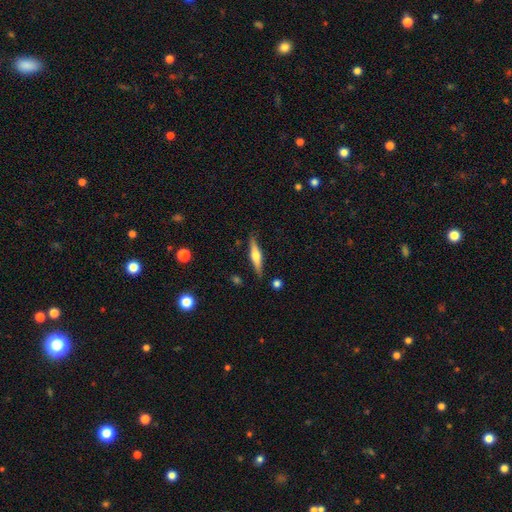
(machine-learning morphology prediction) Q: Smooth or featured?
A: featured or disk (62%); runner-up: smooth (32%)
Q: Edge-on disk?
A: yes (96%); runner-up: no (4%)
Q: Edge-on bulge?
A: rounded (90%); runner-up: boxy (7%)
Q: Merging?
A: none (87%); runner-up: minor disturbance (9%)